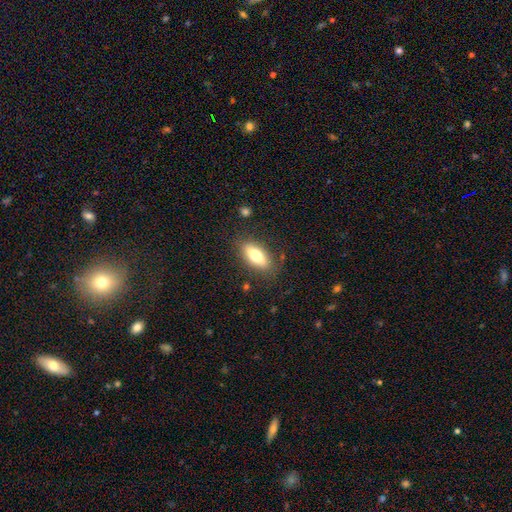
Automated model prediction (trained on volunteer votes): Smooth or featured? Predicted: smooth (p=0.71). How rounded? Predicted: in between (p=0.75). Merging? Predicted: none (p=0.83).